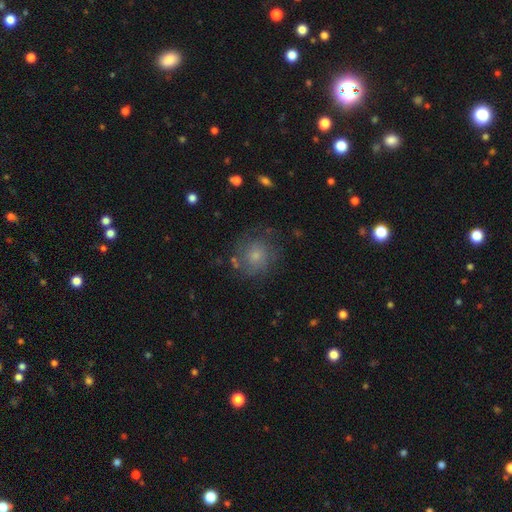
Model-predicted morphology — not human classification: Overall: smooth (56%; featured or disk 32%). How rounded: round (85%). Merging: none (69%).